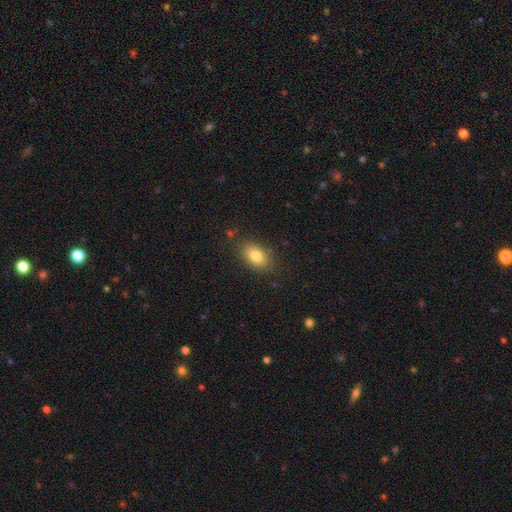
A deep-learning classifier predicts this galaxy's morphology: smooth-or-featured: smooth: 81% | featured or disk: 11% | star or artifact: 9%
  how-rounded: in between: 87% | round: 12% | cigar-shaped: 2%
  merging: none: 83% | minor disturbance: 12% | major disturbance: 3% | merger: 2%